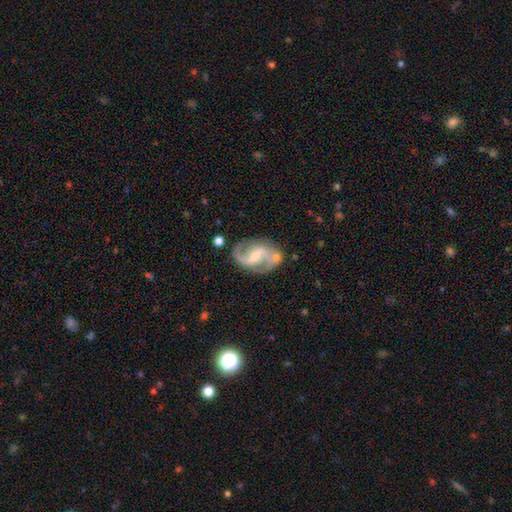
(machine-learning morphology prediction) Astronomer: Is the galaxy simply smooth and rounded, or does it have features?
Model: featured or disk — 89%.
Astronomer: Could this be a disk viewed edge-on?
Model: no — 98%.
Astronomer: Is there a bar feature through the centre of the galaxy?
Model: weak — 46% (runner-up: strong, 30%).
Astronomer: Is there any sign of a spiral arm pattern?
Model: yes — 97%.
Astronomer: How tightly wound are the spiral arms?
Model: medium — 52% (runner-up: loose, 36%).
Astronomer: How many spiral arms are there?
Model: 2 — 92%.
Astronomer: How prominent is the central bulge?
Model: small — 60%.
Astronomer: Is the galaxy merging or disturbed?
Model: none — 70%.